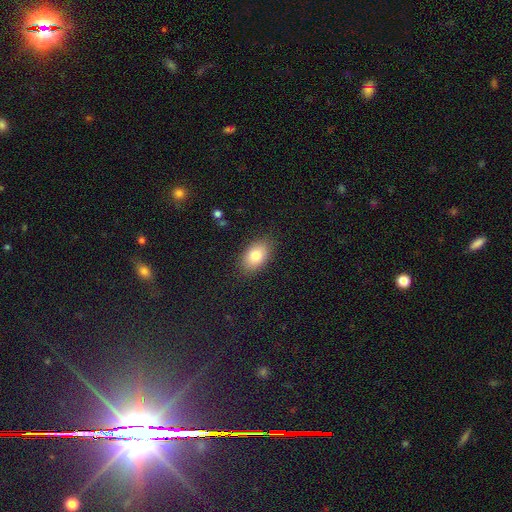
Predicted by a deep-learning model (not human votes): smooth-or-featured: smooth: 80% | featured or disk: 12% | star or artifact: 8%
  how-rounded: in between: 88% | round: 10% | cigar-shaped: 2%
  merging: none: 85% | minor disturbance: 11% | major disturbance: 3% | merger: 1%